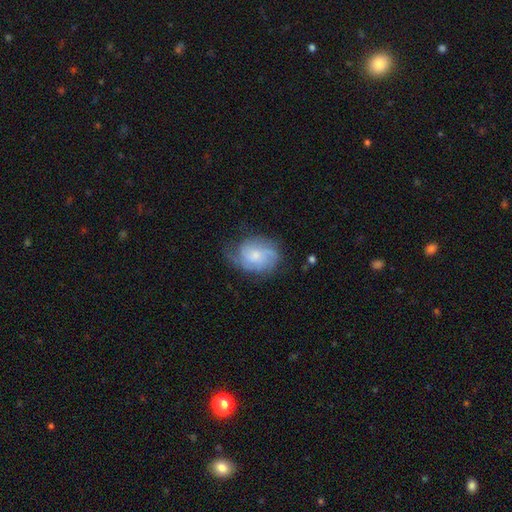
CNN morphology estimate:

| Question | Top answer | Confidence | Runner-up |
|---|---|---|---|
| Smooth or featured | featured or disk | 62% | smooth (30%) |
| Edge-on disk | no | 97% | yes (3%) |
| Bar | no | 72% | weak (25%) |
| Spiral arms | yes | 90% | no (10%) |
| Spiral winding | medium | 41% | tight (39%) |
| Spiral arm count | can't tell | 32% | 3 (24%) |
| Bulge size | small | 45% | moderate (42%) |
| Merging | none | 59% | minor disturbance (27%) |